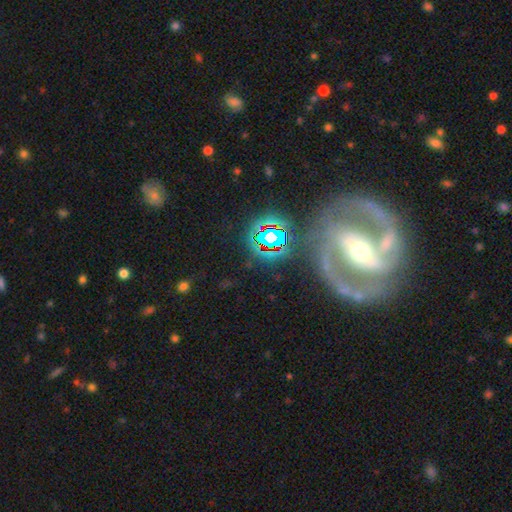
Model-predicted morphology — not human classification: featured or disk 85%, star or artifact 8%, smooth 7%. Down the decision tree: edge-on disk — no (96%); bar — strong (59%); spiral arms — yes (94%); spiral arm count — 2 (88%); spiral winding — medium (51%); bulge size — moderate (48%); merging — none (75%).